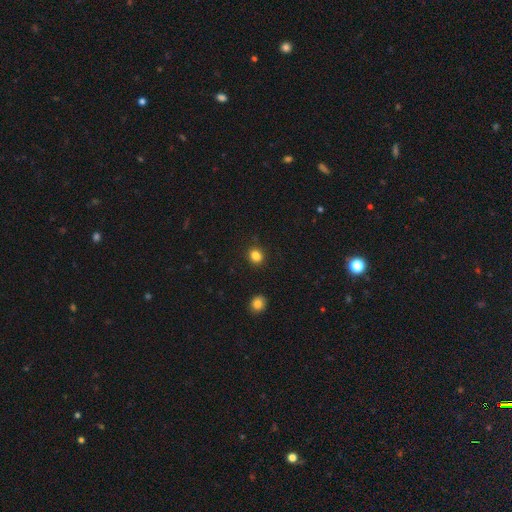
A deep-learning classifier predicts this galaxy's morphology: Smooth or featured? Predicted: smooth (p=0.84). How rounded? Predicted: round (p=0.81). Merging? Predicted: none (p=0.91).